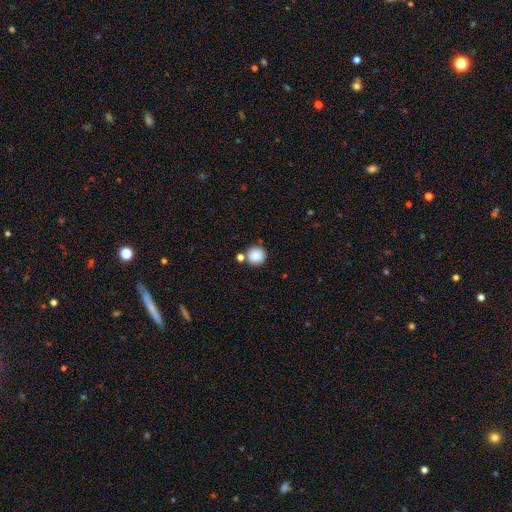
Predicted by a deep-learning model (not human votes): Smooth or featured? Predicted: smooth (p=0.87). How rounded? Predicted: round (p=0.94). Merging? Predicted: none (p=0.74).